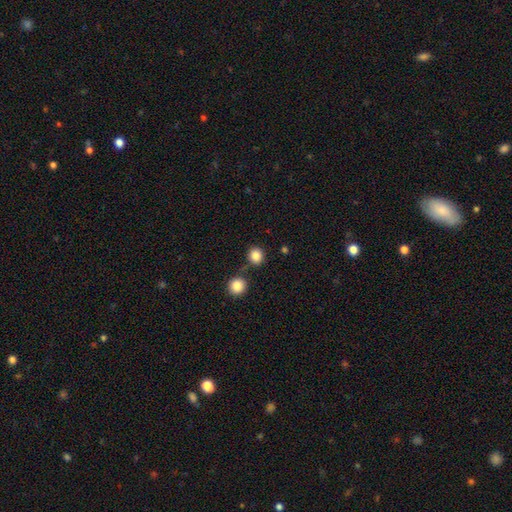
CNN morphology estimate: This appears to be a smooth galaxy with no disk features (85%) that is round (84%). Merging: none (78%).